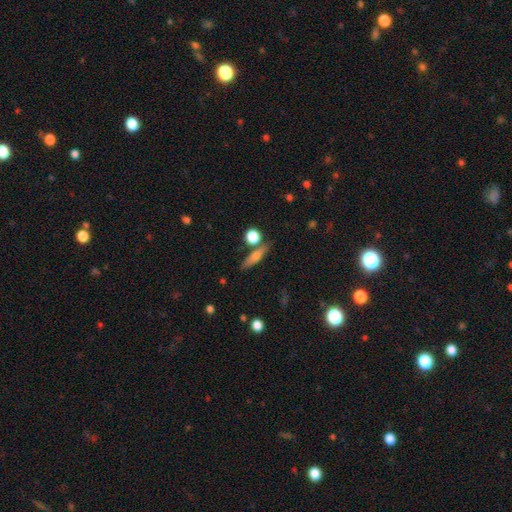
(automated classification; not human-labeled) smooth 57%, featured or disk 34%, star or artifact 9%. Down the decision tree: how rounded — cigar-shaped (68%); merging — none (74%).